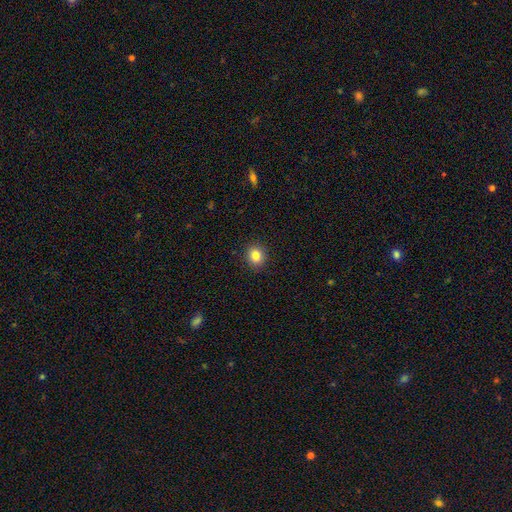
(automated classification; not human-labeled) Smooth or featured? Predicted: smooth (p=0.84). How rounded? Predicted: round (p=0.73). Merging? Predicted: none (p=0.91).